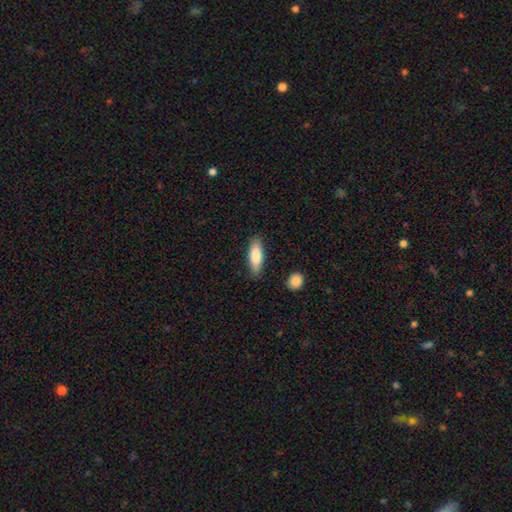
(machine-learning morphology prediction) Smooth or featured: smooth — 82% (featured or disk — 12%)
How rounded: in between — 61% (cigar-shaped — 37%)
Merging: none — 85% (minor disturbance — 10%)